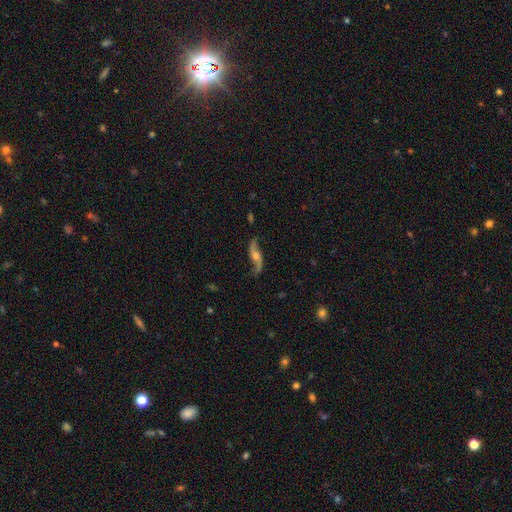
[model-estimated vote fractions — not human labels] smooth_or_featured: featured or disk (p=0.86) [alt: smooth p=0.08]
disk_edge_on: no (p=0.85) [alt: yes p=0.15]
bar: no (p=0.61) [alt: weak p=0.28]
has_spiral_arms: yes (p=0.95) [alt: no p=0.05]
spiral_winding: loose (p=0.89) [alt: medium p=0.08]
spiral_arm_count: 2 (p=0.94) [alt: 1 p=0.02]
bulge_size: moderate (p=0.58) [alt: small p=0.26]
merging: none (p=0.78) [alt: minor disturbance p=0.13]